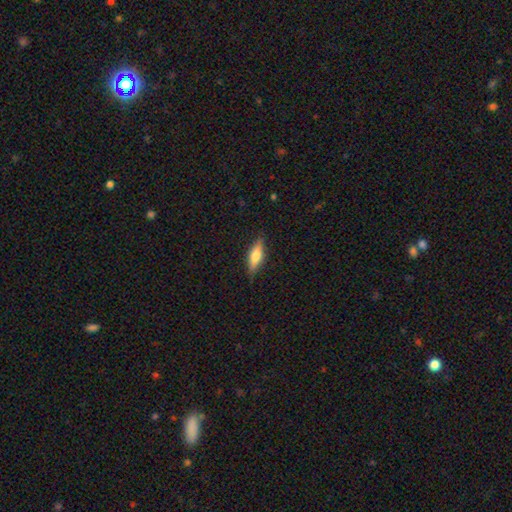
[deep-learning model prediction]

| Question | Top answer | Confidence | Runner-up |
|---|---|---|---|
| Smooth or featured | smooth | 57% | featured or disk (36%) |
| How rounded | in between | 51% | cigar-shaped (46%) |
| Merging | none | 83% | minor disturbance (14%) |